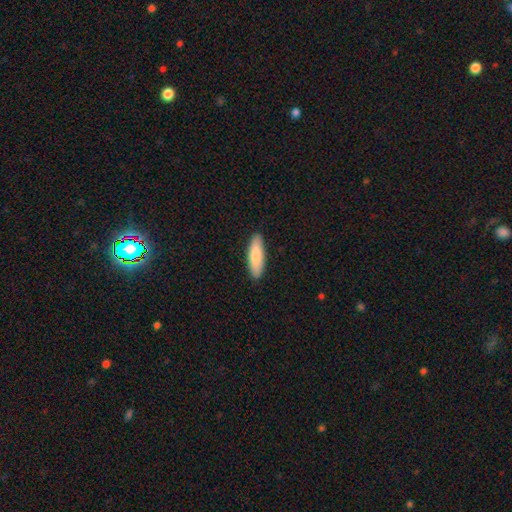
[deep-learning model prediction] Q: Smooth or featured?
A: smooth (83%); runner-up: featured or disk (12%)
Q: How rounded?
A: cigar-shaped (54%); runner-up: in between (44%)
Q: Merging?
A: none (90%); runner-up: minor disturbance (7%)